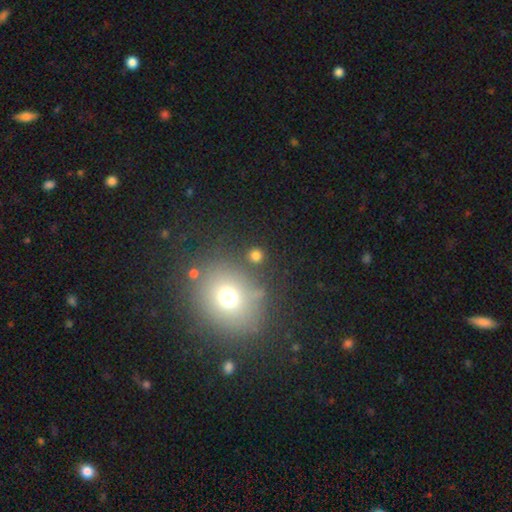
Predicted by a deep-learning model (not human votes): Smooth or featured: smooth — 73% (star or artifact — 20%)
How rounded: round — 90% (in between — 9%)
Merging: none — 83% (minor disturbance — 7%)